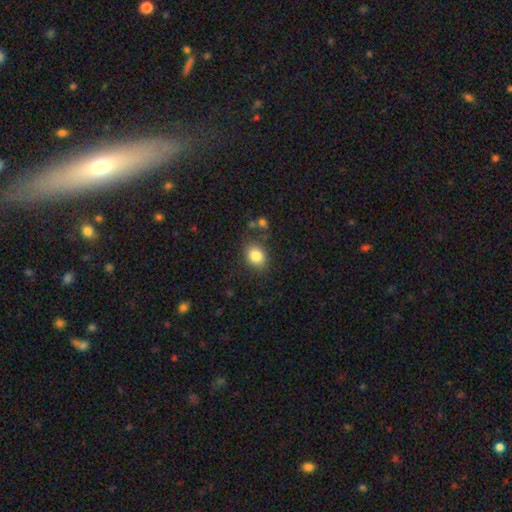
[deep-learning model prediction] Smooth or featured? smooth (84%)
How rounded? in between (55%)
Merging? none (77%)